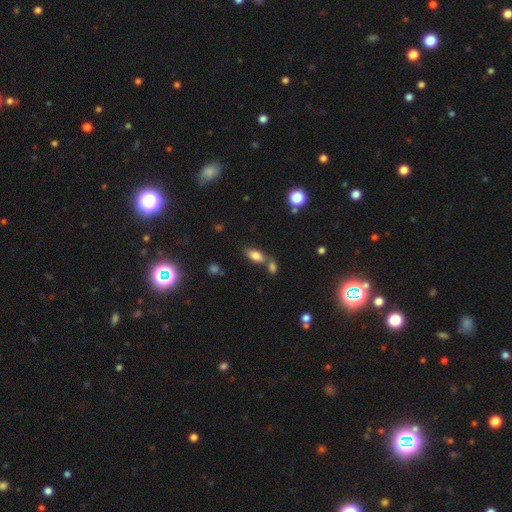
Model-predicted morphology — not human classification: Smooth or featured: smooth — 80% (featured or disk — 10%)
How rounded: in between — 88% (cigar-shaped — 8%)
Merging: none — 54% (merger — 31%)